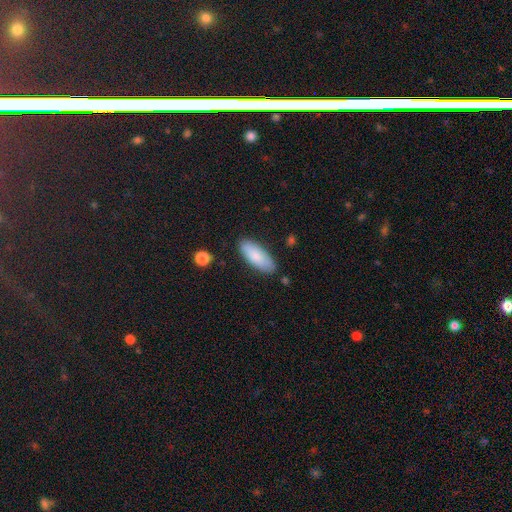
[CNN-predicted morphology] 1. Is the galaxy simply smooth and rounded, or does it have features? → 84% smooth, 10% featured or disk, 6% star or artifact.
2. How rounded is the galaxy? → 79% in between, 20% cigar-shaped, 2% round.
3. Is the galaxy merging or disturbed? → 84% none, 12% minor disturbance, 2% major disturbance, 2% merger.